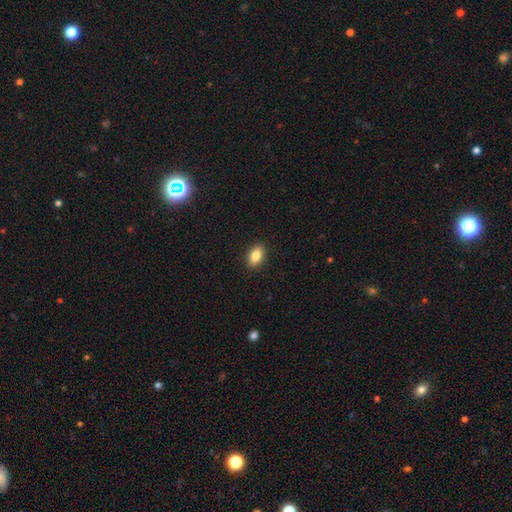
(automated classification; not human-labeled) smooth_or_featured: smooth (p=0.84) [alt: star or artifact p=0.08]
how_rounded: in between (p=0.87) [alt: round p=0.10]
merging: none (p=0.90) [alt: minor disturbance p=0.07]